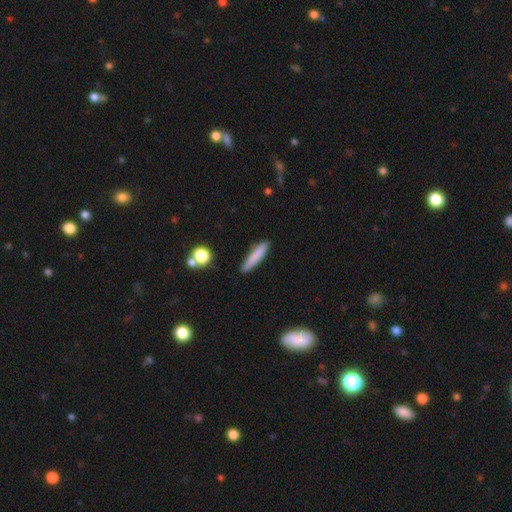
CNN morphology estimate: smooth_or_featured: smooth (p=0.79) [alt: featured or disk p=0.14]
how_rounded: cigar-shaped (p=0.88) [alt: in between p=0.11]
merging: none (p=0.86) [alt: minor disturbance p=0.09]